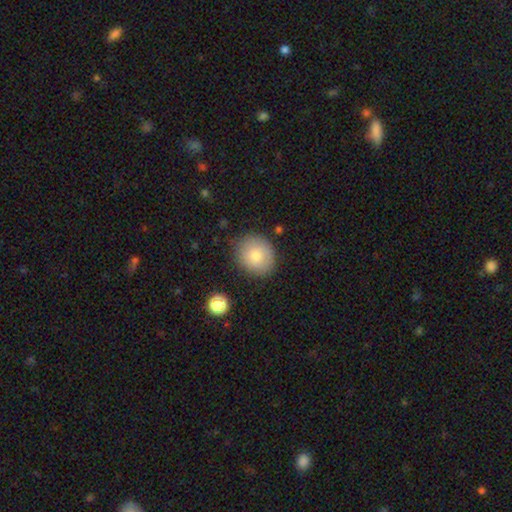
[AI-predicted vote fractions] smooth_or_featured: smooth (p=0.81) [alt: featured or disk p=0.11]
how_rounded: round (p=0.72) [alt: in between p=0.27]
merging: none (p=0.82) [alt: minor disturbance p=0.13]